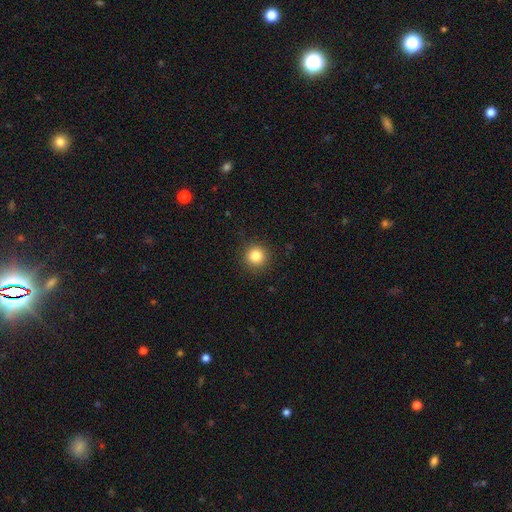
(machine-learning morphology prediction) Smooth or featured?
  - smooth: 84% *
  - star or artifact: 11%
  - featured or disk: 5%
How rounded?
  - round: 94% *
  - in between: 5%
  - cigar-shaped: 1%
Merging?
  - none: 92% *
  - minor disturbance: 5%
  - major disturbance: 2%
  - merger: 1%